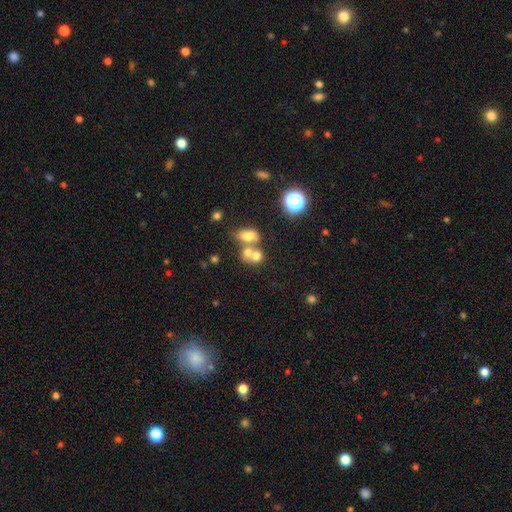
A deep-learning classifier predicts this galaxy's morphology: smooth_or_featured: smooth (p=0.68) [alt: featured or disk p=0.16]
how_rounded: round (p=0.58) [alt: in between p=0.41]
merging: merger (p=0.57) [alt: none p=0.31]